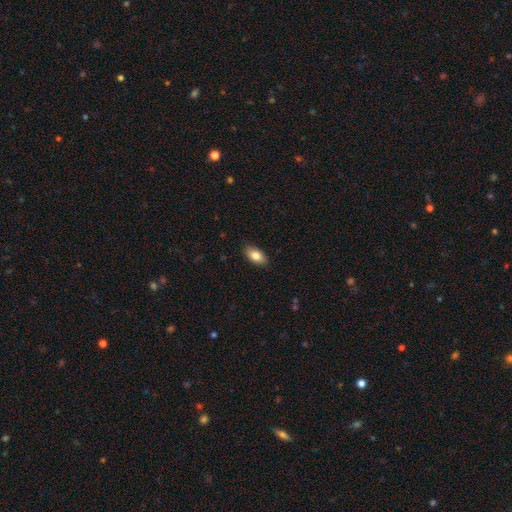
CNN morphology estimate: Smooth or featured? smooth (83%)
How rounded? in between (92%)
Merging? none (87%)